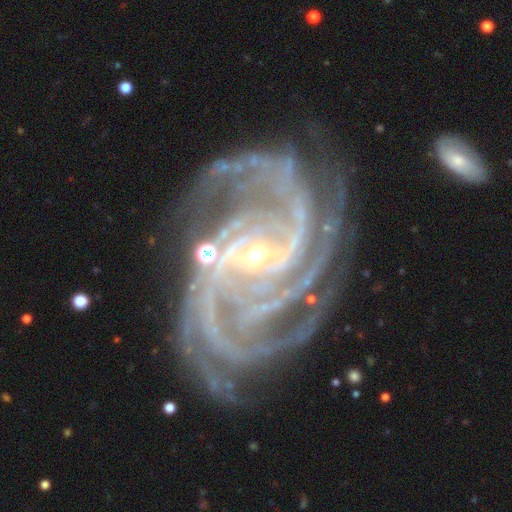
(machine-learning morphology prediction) type=featured or disk (93%); edge-on=no (98%); bar=no (37%); spiral arms=yes (99%); winding=tight (66%); arm count=4 (31%); bulge=small (81%); merging=none (74%).